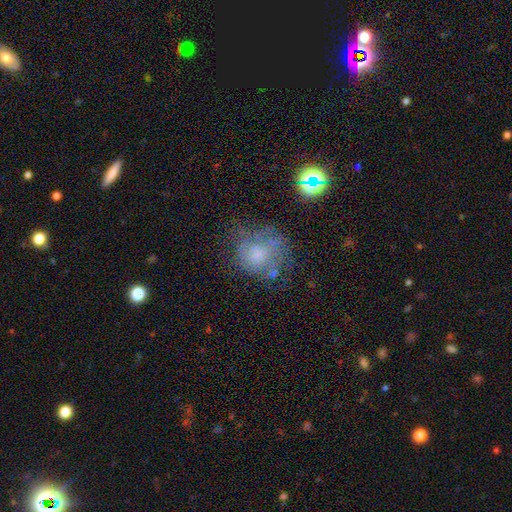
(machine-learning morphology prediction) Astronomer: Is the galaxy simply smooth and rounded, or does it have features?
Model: featured or disk — 42% (runner-up: smooth, 38%).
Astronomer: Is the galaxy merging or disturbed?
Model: none — 55%.